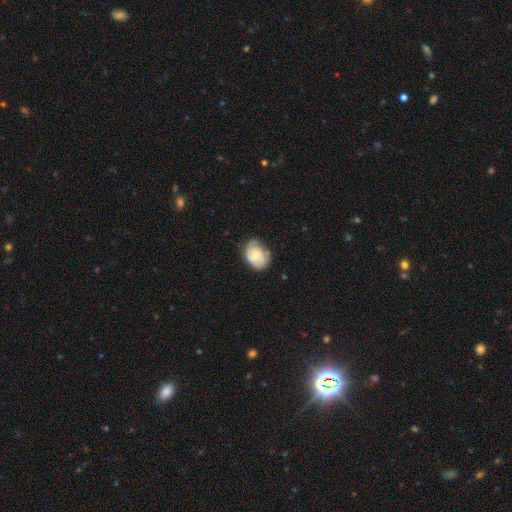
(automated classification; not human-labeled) This appears to be a featured or disk galaxy (50%). Merging: none (59%).